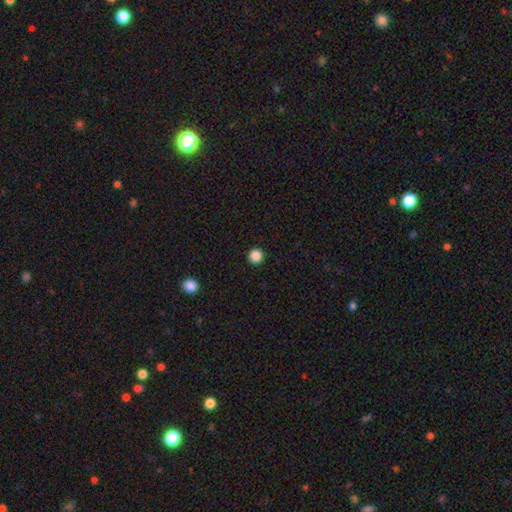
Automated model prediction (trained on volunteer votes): Smooth or featured?
  - smooth: 87% *
  - star or artifact: 10%
  - featured or disk: 2%
How rounded?
  - round: 96% *
  - in between: 3%
  - cigar-shaped: 1%
Merging?
  - none: 94% *
  - minor disturbance: 4%
  - major disturbance: 1%
  - merger: 1%